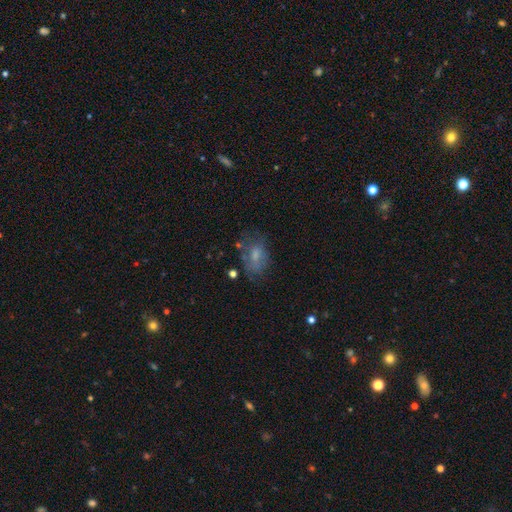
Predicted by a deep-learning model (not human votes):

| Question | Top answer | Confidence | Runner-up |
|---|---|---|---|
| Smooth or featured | smooth | 59% | featured or disk (30%) |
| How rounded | in between | 83% | round (15%) |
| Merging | none | 51% | minor disturbance (26%) |